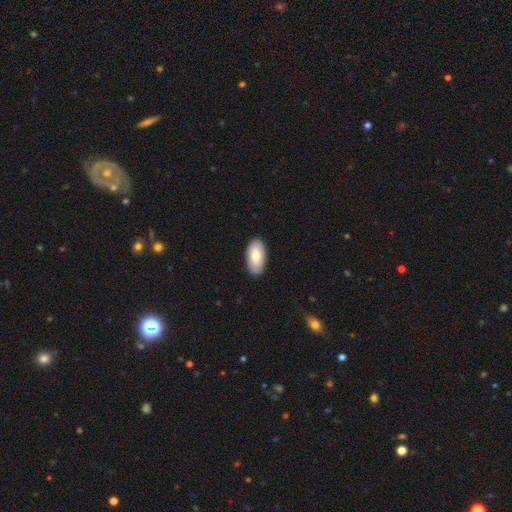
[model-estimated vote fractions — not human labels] Smooth or featured?
  - smooth: 78% *
  - featured or disk: 17%
  - star or artifact: 6%
How rounded?
  - in between: 95% *
  - cigar-shaped: 3%
  - round: 2%
Merging?
  - none: 85% *
  - minor disturbance: 12%
  - major disturbance: 2%
  - merger: 1%